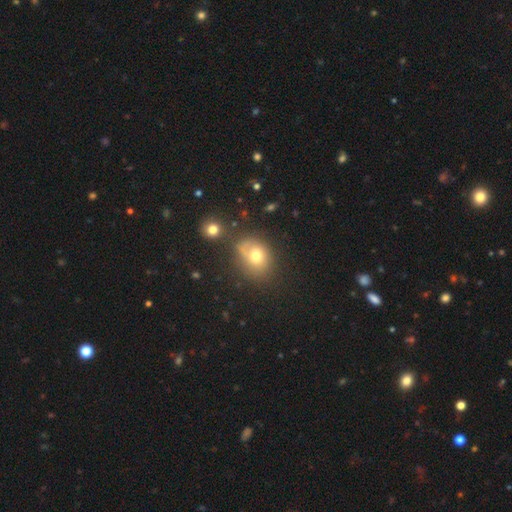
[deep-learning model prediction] The model was most divided on "how rounded": round: 54%, in between: 45%, cigar-shaped: 1%. More confident: smooth or featured — smooth (70%); merging — none (54%).